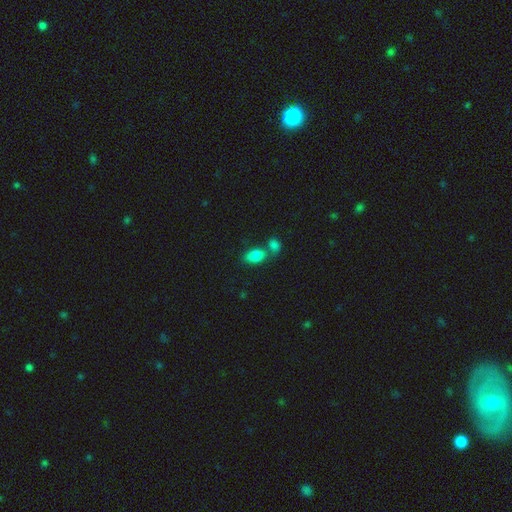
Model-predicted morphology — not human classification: The model was most divided on "merging": none: 47%, merger: 38%, minor disturbance: 11%, major disturbance: 4%. More confident: how rounded — in between (89%); smooth or featured — smooth (84%).